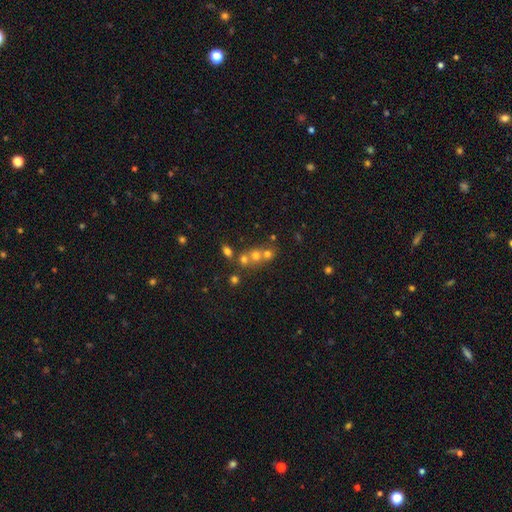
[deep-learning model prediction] smooth-or-featured: smooth: 52% | featured or disk: 24% | star or artifact: 23%
  how-rounded: round: 78% | in between: 21% | cigar-shaped: 2%
  merging: merger: 51% | none: 38% | minor disturbance: 7% | major disturbance: 4%